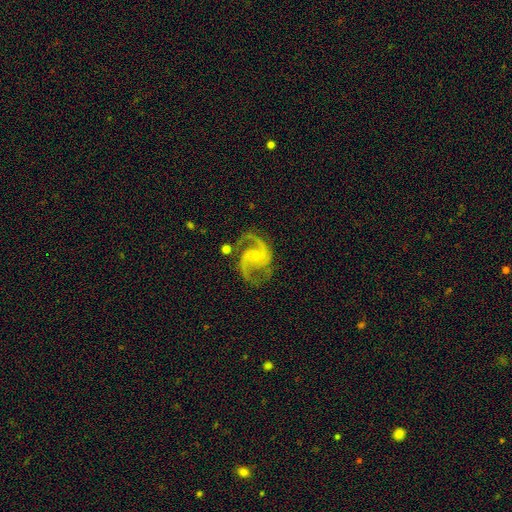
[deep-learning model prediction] Morphology: type=featured or disk (93%); edge-on=no (98%); bar=no (59%); spiral arms=yes (98%); winding=medium (65%); arm count=2 (86%); bulge=small (74%); merging=none (71%).